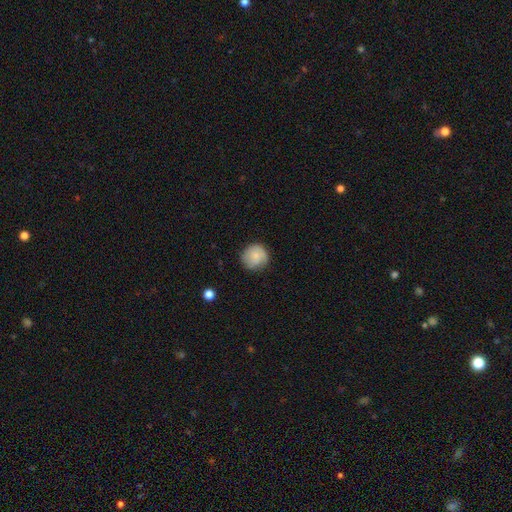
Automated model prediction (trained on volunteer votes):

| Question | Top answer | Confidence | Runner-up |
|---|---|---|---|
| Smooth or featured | smooth | 73% | featured or disk (19%) |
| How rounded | round | 92% | in between (7%) |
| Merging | none | 78% | minor disturbance (17%) |